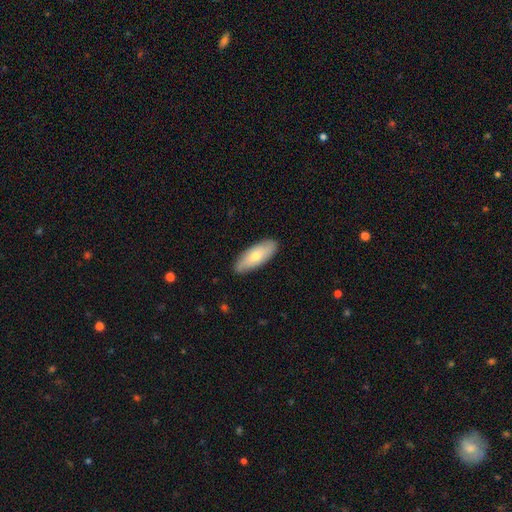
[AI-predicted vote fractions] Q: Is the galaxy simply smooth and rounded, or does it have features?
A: smooth — 64%.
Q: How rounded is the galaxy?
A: in between — 73%.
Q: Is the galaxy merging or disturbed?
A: none — 87%.